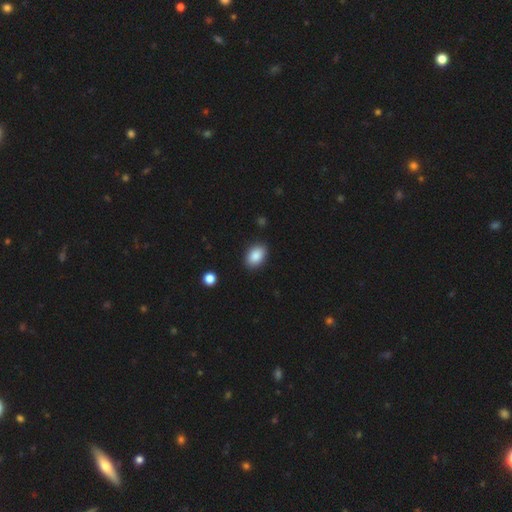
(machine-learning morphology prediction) Smooth or featured? Predicted: smooth (p=0.88). How rounded? Predicted: in between (p=0.86). Merging? Predicted: none (p=0.87).